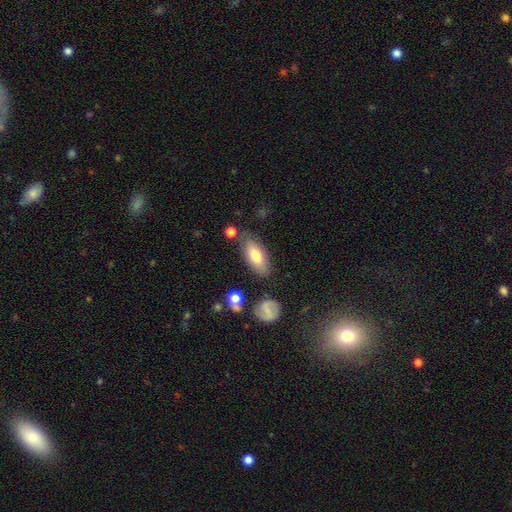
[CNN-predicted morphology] This is likely a smooth galaxy (74%). How rounded: clearly in between (83%). Merging: likely none (76%).